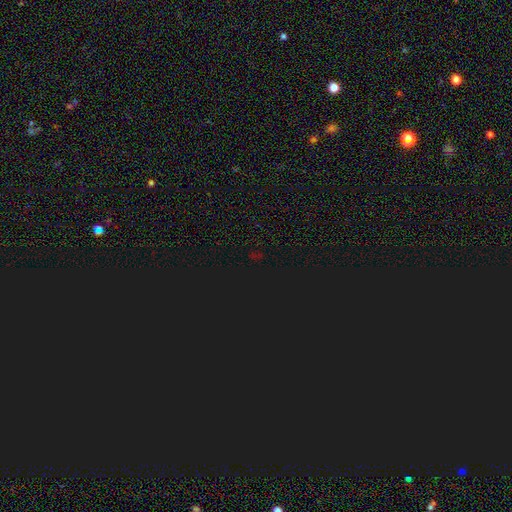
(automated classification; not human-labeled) Q: Smooth or featured?
A: star or artifact (78%); runner-up: smooth (15%)